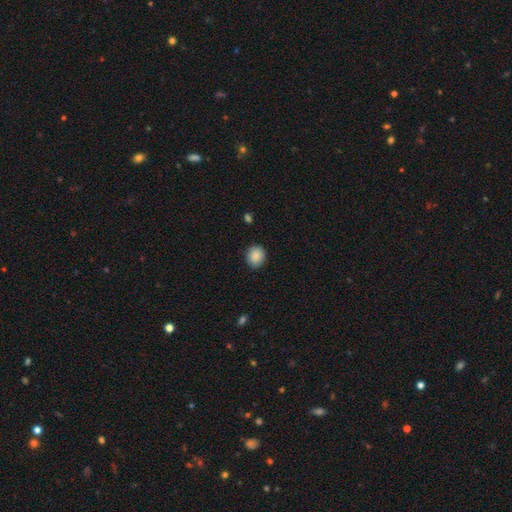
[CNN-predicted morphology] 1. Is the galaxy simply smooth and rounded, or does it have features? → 88% smooth, 8% star or artifact, 4% featured or disk.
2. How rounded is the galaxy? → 75% round, 24% in between, 1% cigar-shaped.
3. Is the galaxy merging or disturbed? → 87% none, 10% minor disturbance, 2% major disturbance, 1% merger.